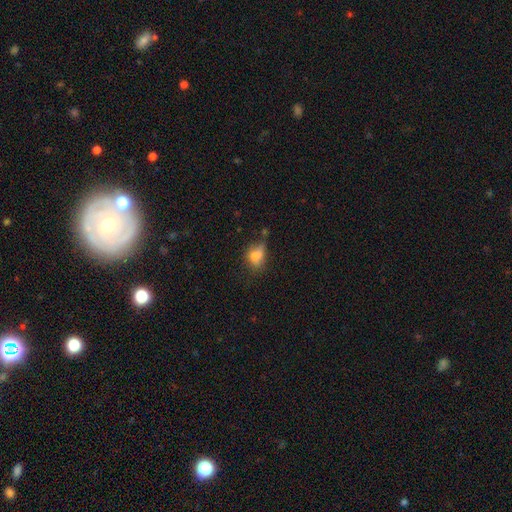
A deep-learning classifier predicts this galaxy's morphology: This appears to be a smooth galaxy with no disk features (72%) that is in between round and cigar-shaped (68%). Merging: none (36%).